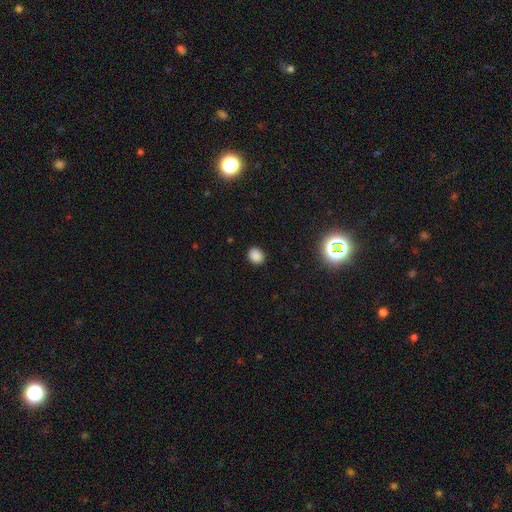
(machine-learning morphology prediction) This appears to be a smooth galaxy with no disk features (84%) that is round (53%). Merging: none (88%).